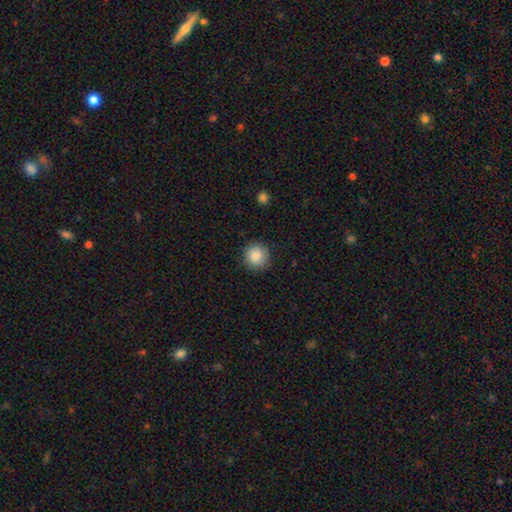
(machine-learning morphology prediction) Smooth or featured? Predicted: smooth (p=0.84). How rounded? Predicted: round (p=0.93). Merging? Predicted: none (p=0.86).